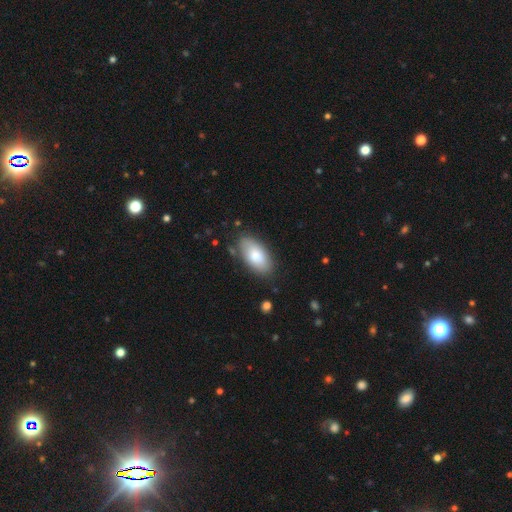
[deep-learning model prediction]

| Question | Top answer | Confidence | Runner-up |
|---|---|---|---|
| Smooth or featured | smooth | 79% | featured or disk (15%) |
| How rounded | in between | 94% | cigar-shaped (4%) |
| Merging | none | 80% | minor disturbance (14%) |